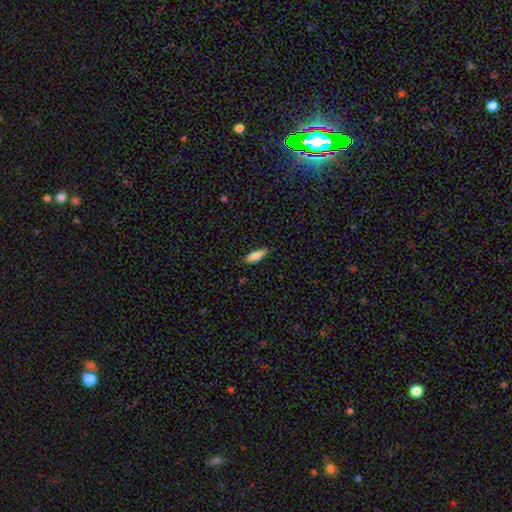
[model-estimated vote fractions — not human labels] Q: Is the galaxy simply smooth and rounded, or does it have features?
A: smooth — 79%.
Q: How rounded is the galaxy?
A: in between — 62%.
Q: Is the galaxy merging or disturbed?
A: none — 80%.